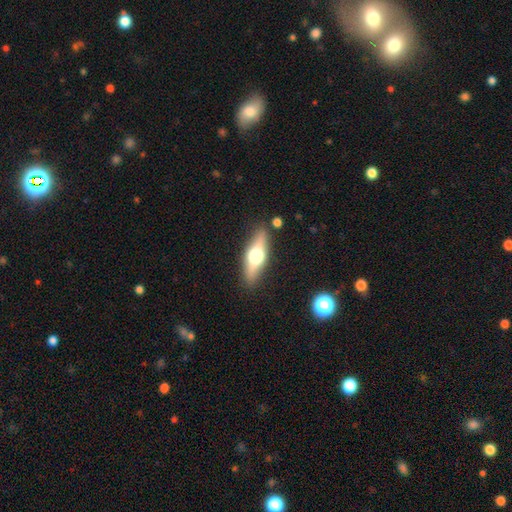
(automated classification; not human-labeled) Morphology: type=featured or disk (54%); edge-on=yes (89%); merging=none (85%).